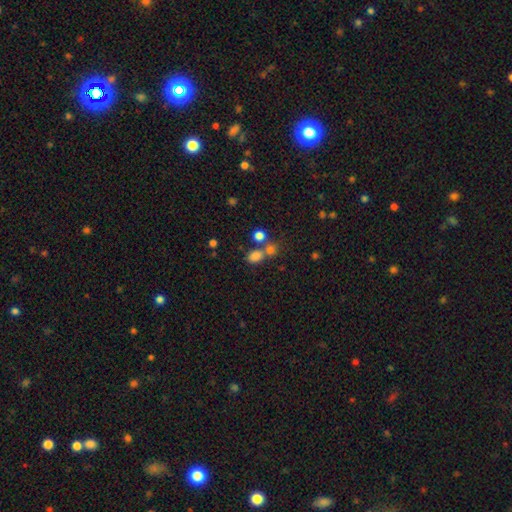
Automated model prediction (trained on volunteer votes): This appears to be a smooth galaxy with no disk features (77%) that is in between round and cigar-shaped (61%). Merging: none (49%).